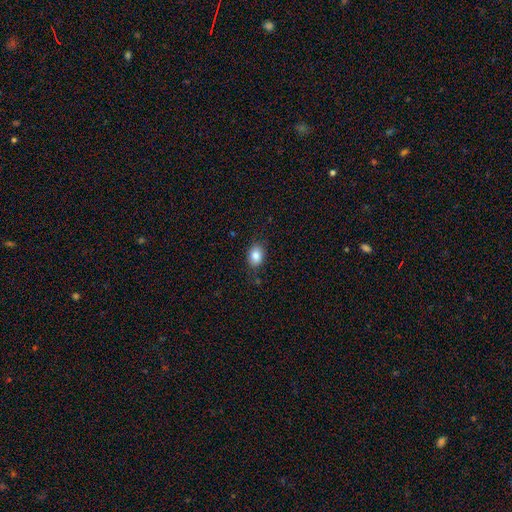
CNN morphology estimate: The model was most divided on "how rounded": in between: 70%, round: 29%, cigar-shaped: 1%. More confident: smooth or featured — smooth (85%); merging — none (82%).